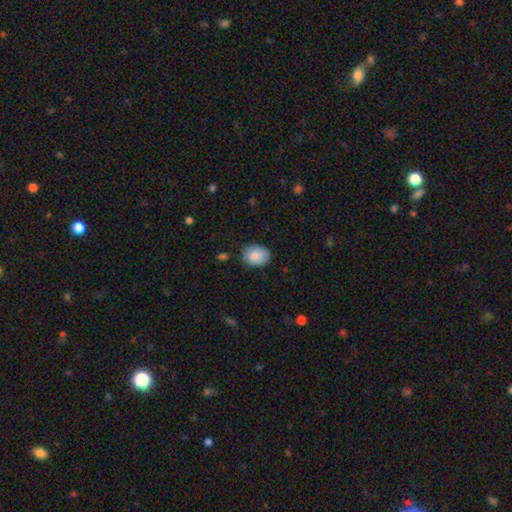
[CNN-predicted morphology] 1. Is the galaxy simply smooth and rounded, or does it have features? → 88% smooth, 7% star or artifact, 5% featured or disk.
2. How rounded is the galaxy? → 67% in between, 32% round, 1% cigar-shaped.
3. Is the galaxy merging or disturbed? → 81% none, 15% minor disturbance, 3% major disturbance, 1% merger.